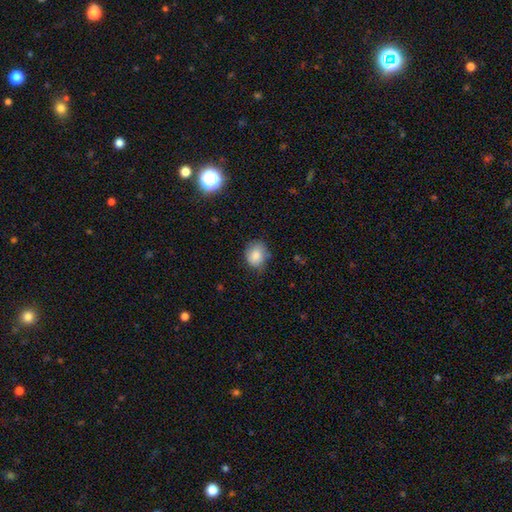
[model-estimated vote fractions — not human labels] Q: Smooth or featured?
A: smooth (83%); runner-up: star or artifact (9%)
Q: How rounded?
A: round (61%); runner-up: in between (38%)
Q: Merging?
A: none (68%); runner-up: minor disturbance (25%)